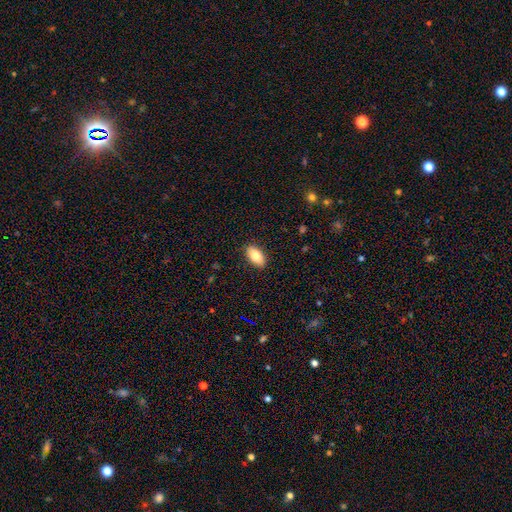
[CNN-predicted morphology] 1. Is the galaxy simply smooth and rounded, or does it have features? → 81% smooth, 12% featured or disk, 7% star or artifact.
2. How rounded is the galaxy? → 92% in between, 4% cigar-shaped, 4% round.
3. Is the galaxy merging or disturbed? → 89% none, 8% minor disturbance, 2% major disturbance, 1% merger.